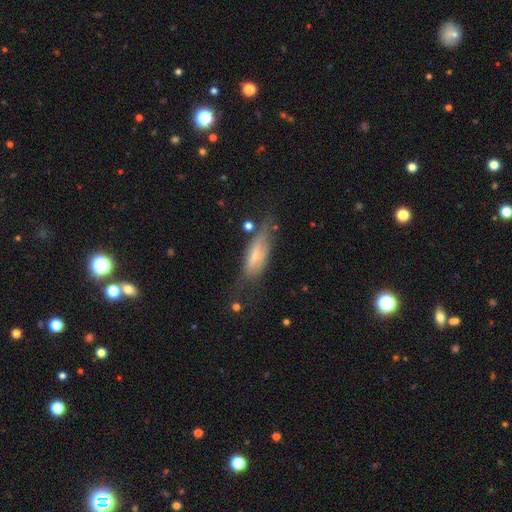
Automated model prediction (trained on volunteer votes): Smooth or featured?
  - smooth: 47% *
  - featured or disk: 45%
  - star or artifact: 8%
Merging?
  - none: 55% *
  - minor disturbance: 28%
  - major disturbance: 14%
  - merger: 4%